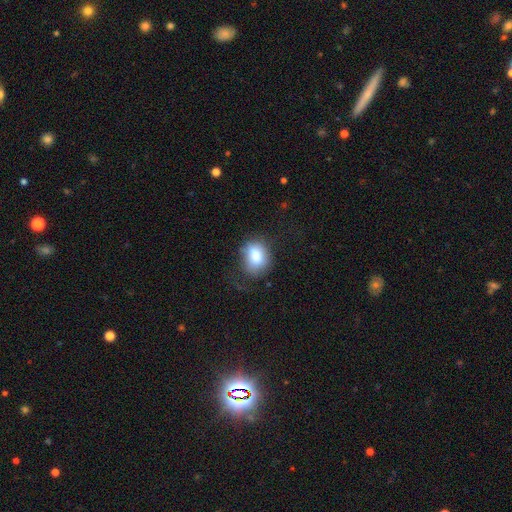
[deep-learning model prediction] The model was most divided on "merging": none: 52%, minor disturbance: 27%, major disturbance: 19%, merger: 2%. More confident: smooth or featured — smooth (80%); how rounded — in between (64%).